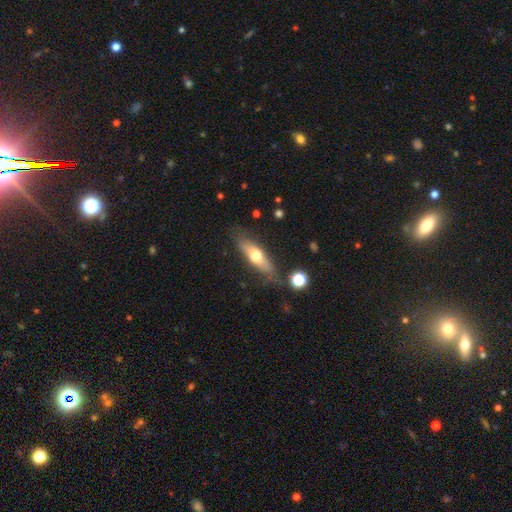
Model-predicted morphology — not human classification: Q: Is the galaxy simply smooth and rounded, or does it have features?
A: smooth — 52%.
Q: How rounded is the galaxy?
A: cigar-shaped — 53%.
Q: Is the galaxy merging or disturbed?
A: none — 72%.